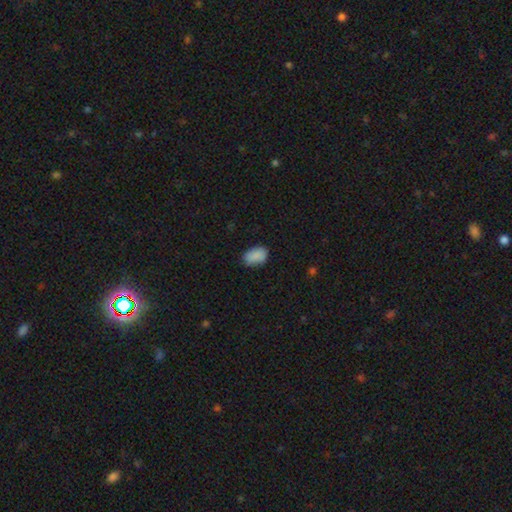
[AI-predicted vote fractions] This is clearly a smooth galaxy (88%). How rounded: clearly in between (89%). Merging: likely none (77%).